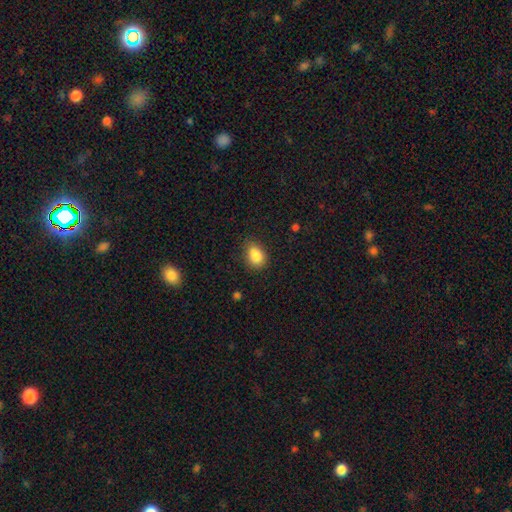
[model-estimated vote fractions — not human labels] Smooth or featured? smooth (84%)
How rounded? in between (71%)
Merging? none (67%)